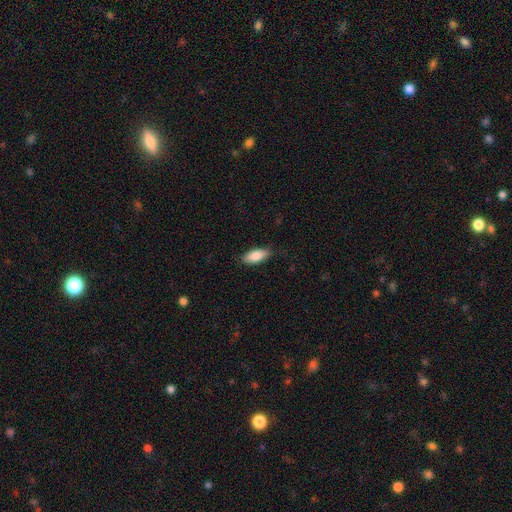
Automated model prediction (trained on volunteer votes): Q: Smooth or featured?
A: smooth (85%); runner-up: featured or disk (9%)
Q: How rounded?
A: in between (85%); runner-up: cigar-shaped (12%)
Q: Merging?
A: none (82%); runner-up: minor disturbance (14%)